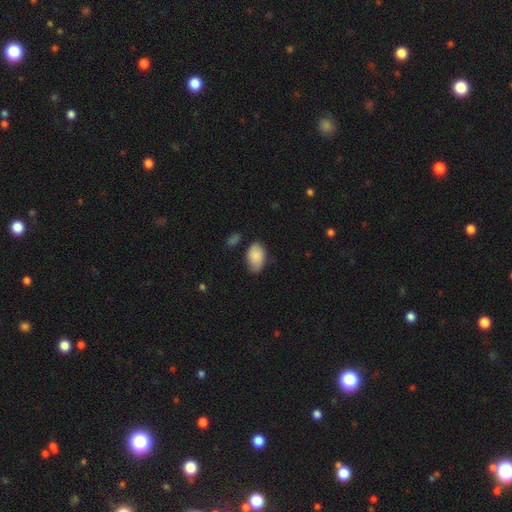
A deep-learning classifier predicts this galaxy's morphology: This appears to be a smooth galaxy with no disk features (85%) that is in between round and cigar-shaped (92%). Merging: none (72%).